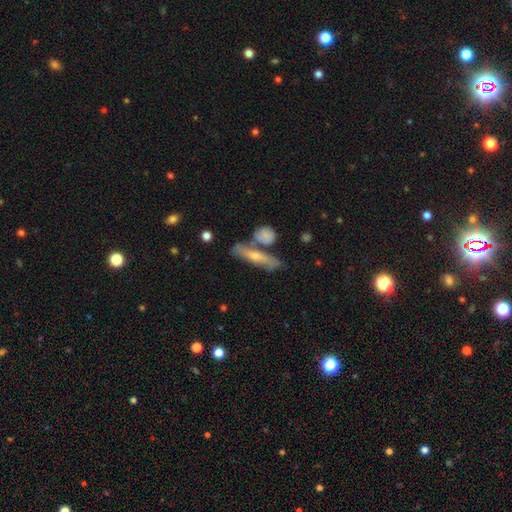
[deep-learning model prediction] smooth_or_featured: smooth (p=0.49) [alt: featured or disk p=0.44]
merging: none (p=0.60) [alt: merger p=0.19]